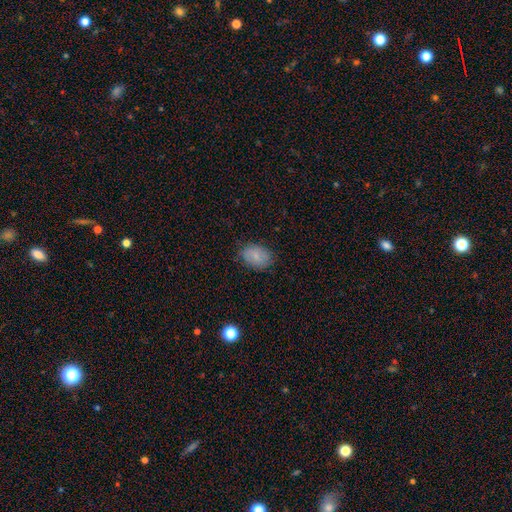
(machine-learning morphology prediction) smooth 83%, featured or disk 9%, star or artifact 8%. Down the decision tree: how rounded — in between (79%); merging — none (80%).